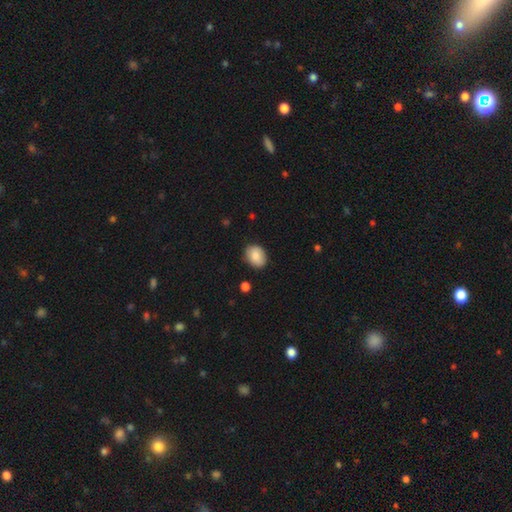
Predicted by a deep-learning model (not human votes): This is clearly a smooth galaxy (86%). How rounded: likely in between (66%). Merging: clearly none (82%).